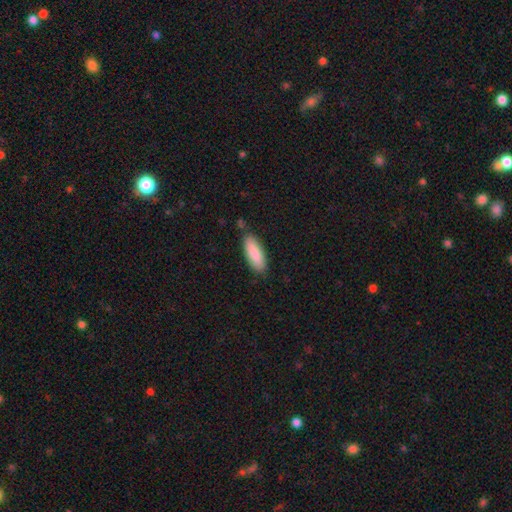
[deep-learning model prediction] This is clearly a smooth galaxy (87%). How rounded: likely in between (67%). Merging: likely none (80%).